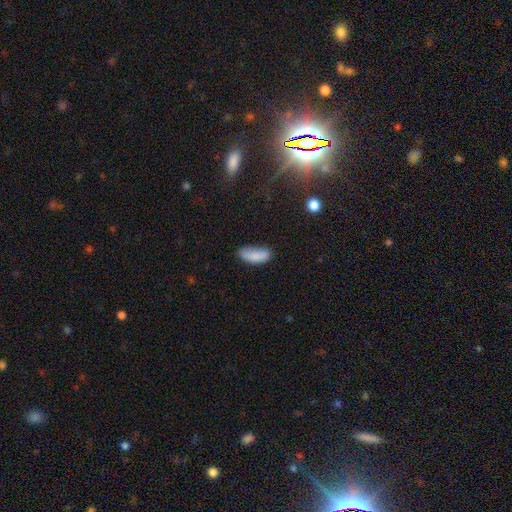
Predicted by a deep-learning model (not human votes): smooth 84%, featured or disk 8%, star or artifact 8%. Down the decision tree: how rounded — in between (80%); merging — none (59%).